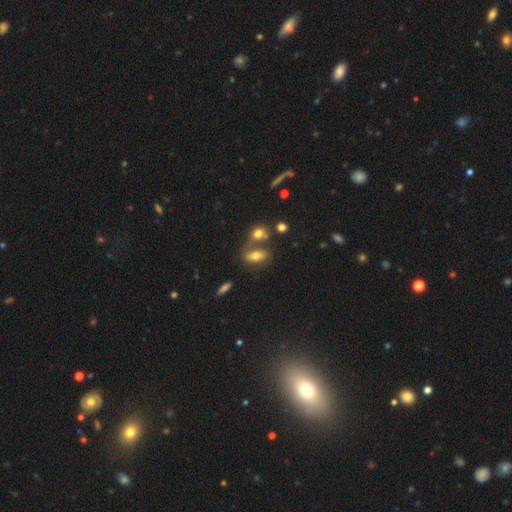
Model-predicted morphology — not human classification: Smooth or featured: smooth — 68% (featured or disk — 21%)
How rounded: in between — 80% (cigar-shaped — 11%)
Merging: none — 49% (merger — 33%)